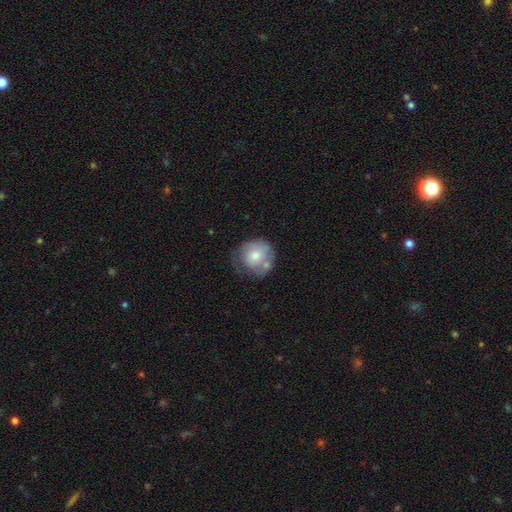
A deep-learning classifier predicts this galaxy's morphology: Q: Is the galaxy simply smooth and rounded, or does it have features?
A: smooth — 67%.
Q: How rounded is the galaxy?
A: round — 85%.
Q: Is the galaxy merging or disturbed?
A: none — 45%.